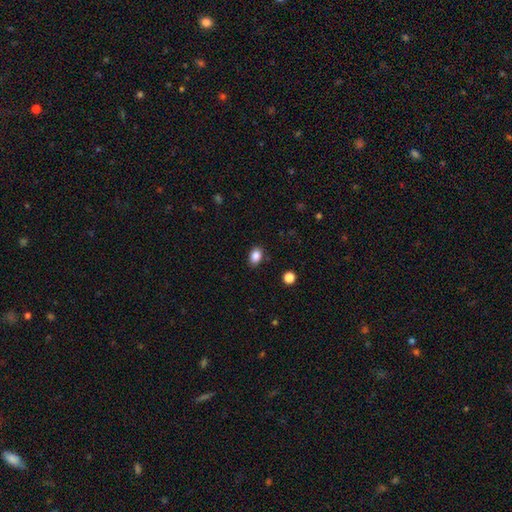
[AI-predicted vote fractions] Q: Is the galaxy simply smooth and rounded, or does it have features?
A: smooth — 87%.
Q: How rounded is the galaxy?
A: in between — 76%.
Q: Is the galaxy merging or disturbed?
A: none — 85%.